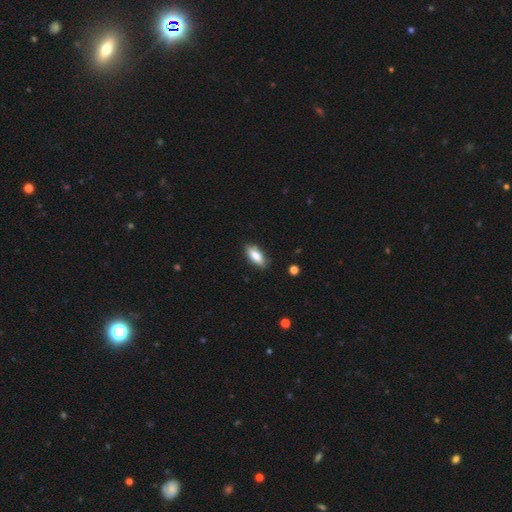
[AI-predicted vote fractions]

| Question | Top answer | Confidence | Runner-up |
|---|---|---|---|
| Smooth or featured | smooth | 78% | featured or disk (16%) |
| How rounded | in between | 79% | cigar-shaped (18%) |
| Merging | none | 84% | minor disturbance (12%) |